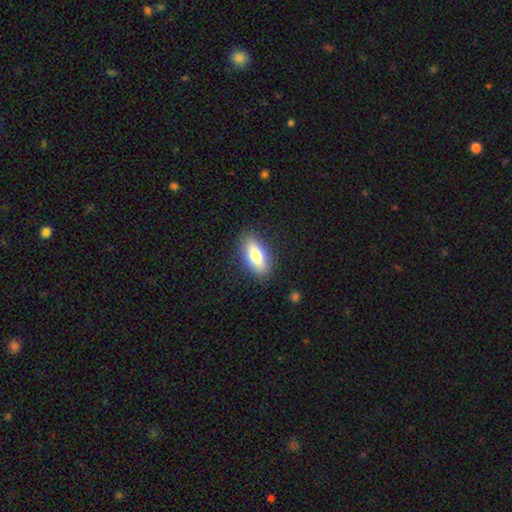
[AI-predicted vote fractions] This is likely a smooth galaxy (74%). How rounded: clearly in between (82%). Merging: clearly none (88%).